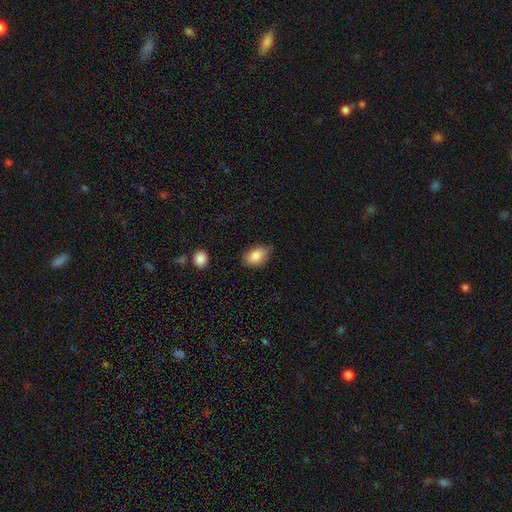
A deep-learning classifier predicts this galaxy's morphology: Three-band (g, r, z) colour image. It shows a smooth galaxy with no disk features (85%) that is in between round and cigar-shaped (88%). Merging: none (67%).